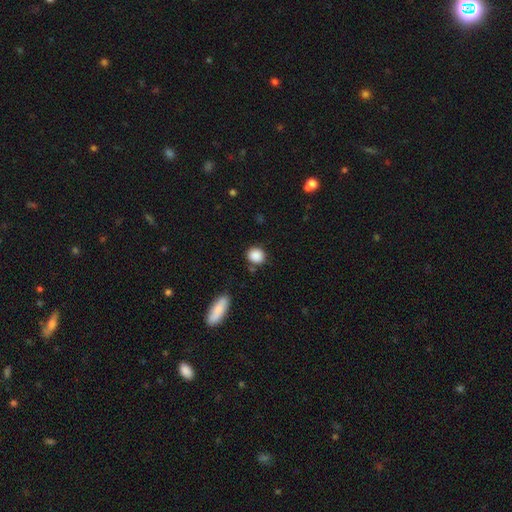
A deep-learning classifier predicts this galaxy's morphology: This is clearly a smooth galaxy (88%). How rounded: likely round (78%). Merging: clearly none (81%).